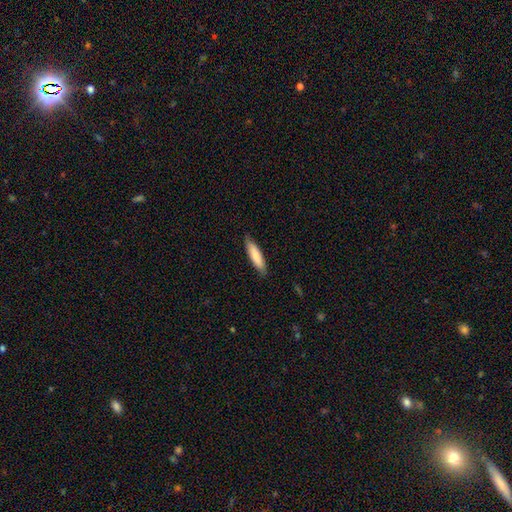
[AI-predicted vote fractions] Morphology: type=smooth (81%); roundness=cigar-shaped (76%); merging=none (86%).